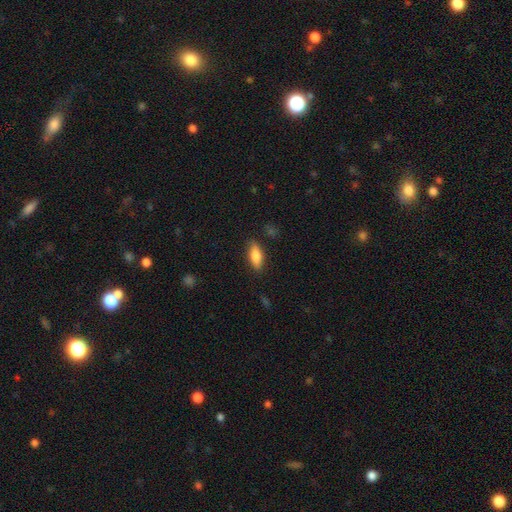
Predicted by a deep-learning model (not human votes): This is likely a smooth galaxy (80%). How rounded: likely in between (71%). Merging: clearly none (84%).